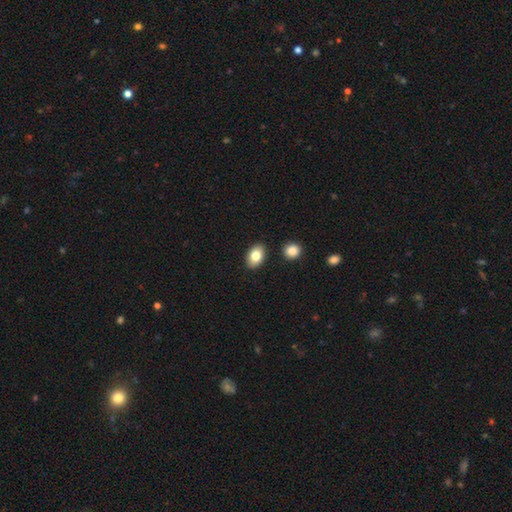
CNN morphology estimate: smooth_or_featured: smooth (p=0.82) [alt: featured or disk p=0.10]
how_rounded: in between (p=0.85) [alt: round p=0.14]
merging: none (p=0.87) [alt: minor disturbance p=0.07]